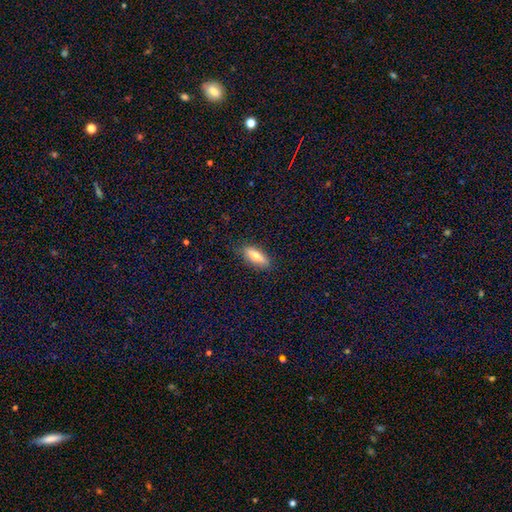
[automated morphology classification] Q: Smooth or featured?
A: smooth (68%); runner-up: featured or disk (25%)
Q: How rounded?
A: in between (59%); runner-up: cigar-shaped (38%)
Q: Merging?
A: none (84%); runner-up: minor disturbance (12%)